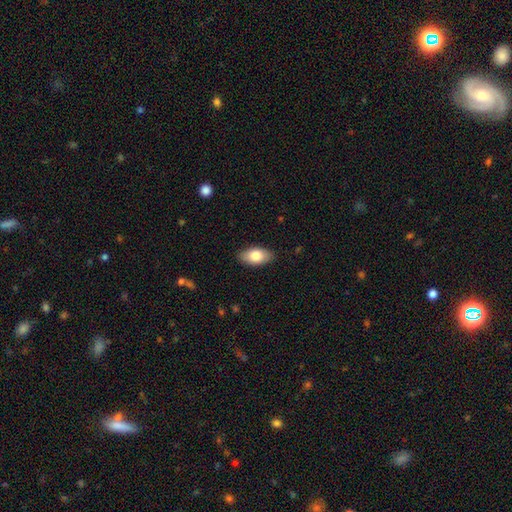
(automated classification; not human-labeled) Q: Smooth or featured?
A: smooth (80%); runner-up: featured or disk (13%)
Q: How rounded?
A: in between (94%); runner-up: round (4%)
Q: Merging?
A: none (87%); runner-up: minor disturbance (10%)